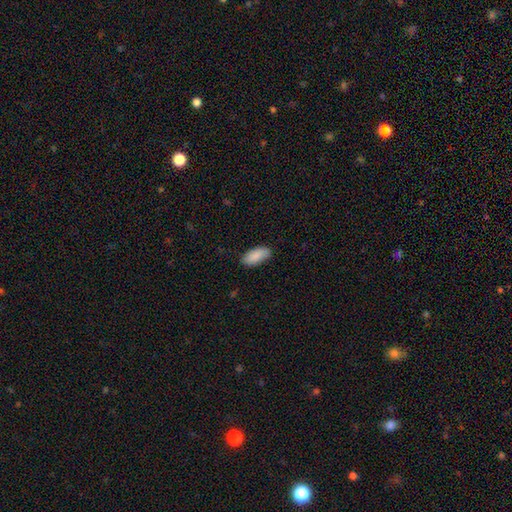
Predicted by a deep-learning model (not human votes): Smooth or featured: smooth — 89% (star or artifact — 6%)
How rounded: in between — 89% (cigar-shaped — 9%)
Merging: none — 83% (minor disturbance — 13%)